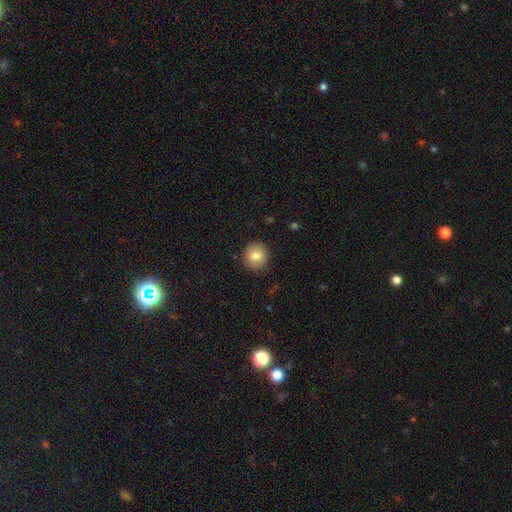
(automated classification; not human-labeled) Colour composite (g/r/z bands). It shows a smooth galaxy with no disk features (83%) that is round (90%). Merging: none (90%).